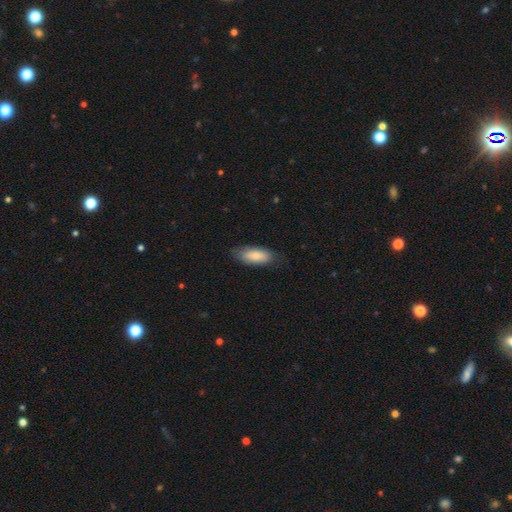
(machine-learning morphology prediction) Smooth or featured? Predicted: smooth (p=0.82). How rounded? Predicted: in between (p=0.84). Merging? Predicted: none (p=0.75).